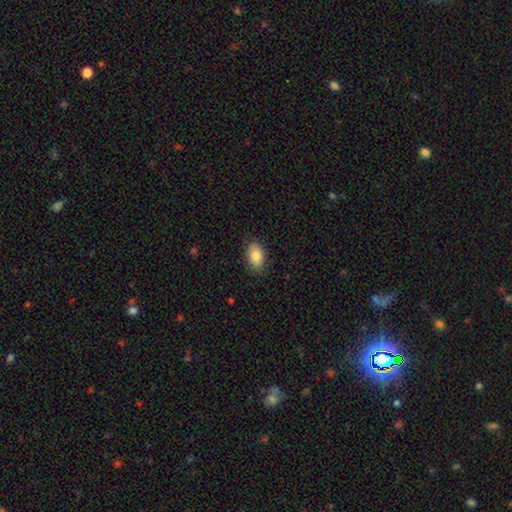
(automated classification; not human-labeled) Morphology: type=smooth (86%); roundness=in between (90%); merging=none (86%).